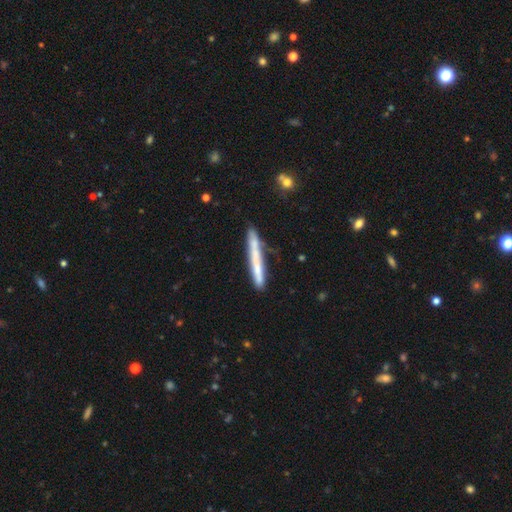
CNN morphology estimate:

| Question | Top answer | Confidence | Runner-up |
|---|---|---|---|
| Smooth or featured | smooth | 59% | featured or disk (33%) |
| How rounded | cigar-shaped | 96% | in between (2%) |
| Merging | none | 84% | minor disturbance (11%) |